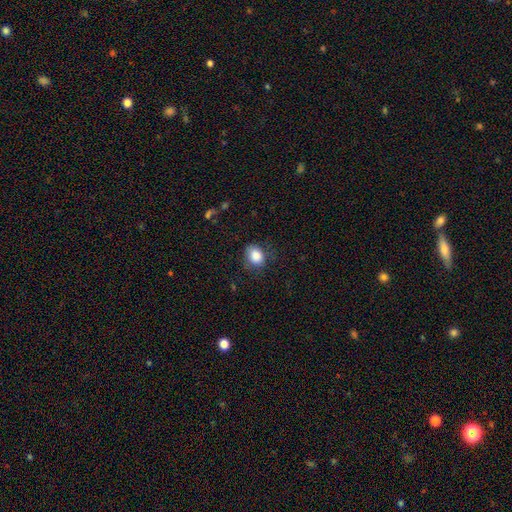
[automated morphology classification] type=smooth (86%); roundness=in between (60%); merging=none (74%).